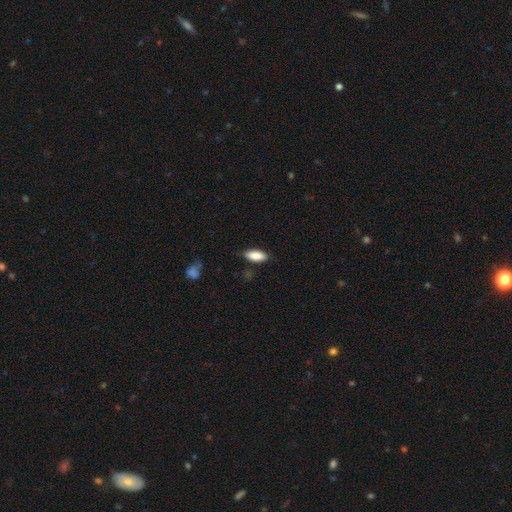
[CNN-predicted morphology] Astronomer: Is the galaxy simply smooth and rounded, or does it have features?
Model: smooth — 87%.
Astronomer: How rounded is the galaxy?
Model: in between — 80%.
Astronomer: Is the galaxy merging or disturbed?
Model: none — 80%.